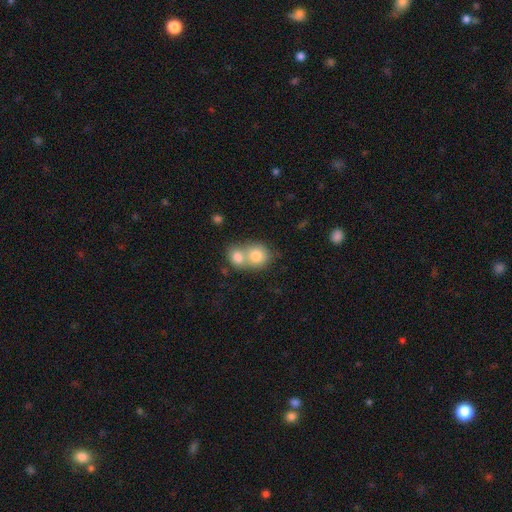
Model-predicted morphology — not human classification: Q: Smooth or featured?
A: smooth (78%); runner-up: featured or disk (14%)
Q: How rounded?
A: round (73%); runner-up: in between (26%)
Q: Merging?
A: merger (66%); runner-up: none (26%)